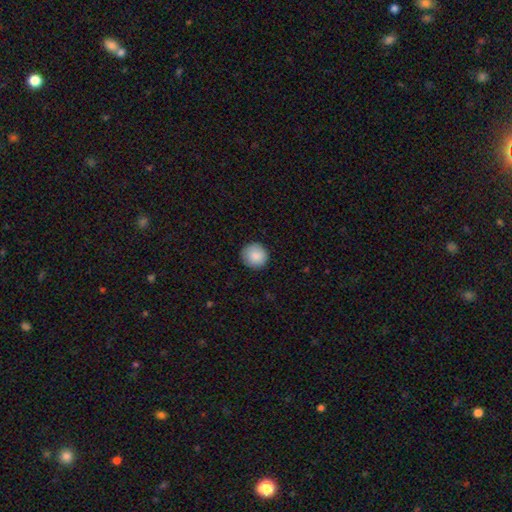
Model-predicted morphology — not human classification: Overall: smooth (89%). How rounded: round (94%). Merging: none (89%).